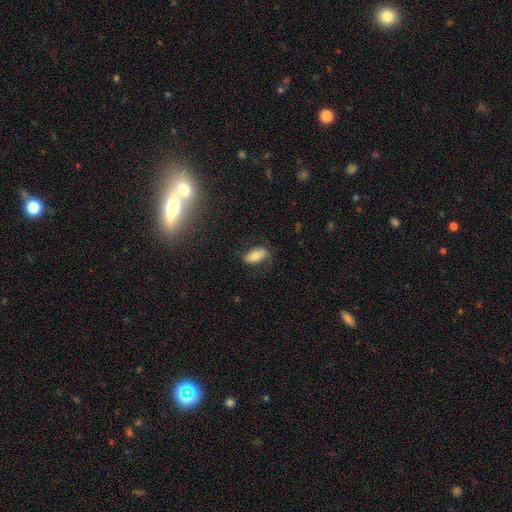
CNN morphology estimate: type=smooth (65%); roundness=in between (91%); merging=none (69%).